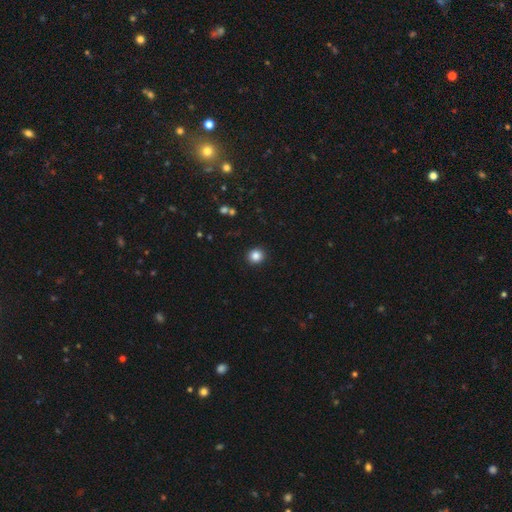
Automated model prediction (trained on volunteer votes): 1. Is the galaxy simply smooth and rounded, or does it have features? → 85% smooth, 11% star or artifact, 4% featured or disk.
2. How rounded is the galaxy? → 90% round, 9% in between, 1% cigar-shaped.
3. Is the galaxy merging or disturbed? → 92% none, 5% minor disturbance, 2% major disturbance, 1% merger.